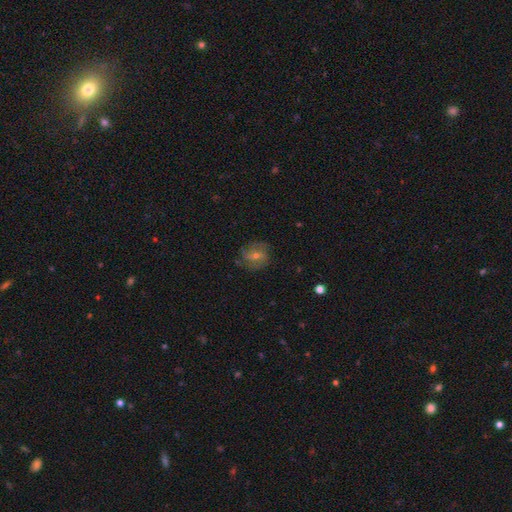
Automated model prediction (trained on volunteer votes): The model was most divided on "bar": no: 46%, weak: 43%, strong: 11%. Remaining: edge-on disk — no (97%); spiral arms — yes (87%); merging — none (76%); smooth or featured — featured or disk (63%); bulge size — small (52%); spiral winding — medium (43%); spiral arm count — 2 (35%).